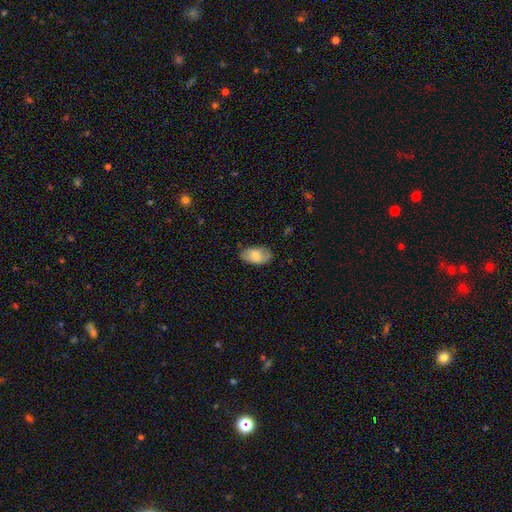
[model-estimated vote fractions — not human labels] A smooth galaxy with no disk features (70%) that is in between round and cigar-shaped (93%). Merging: none (75%).